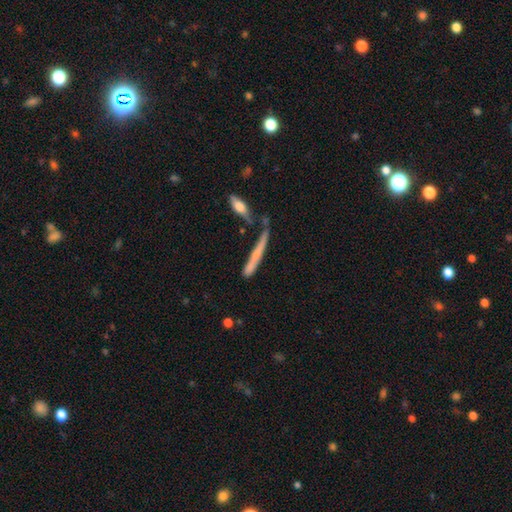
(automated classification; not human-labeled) This is possibly a smooth galaxy (56%). How rounded: clearly cigar-shaped (94%). Merging: possibly none (57%).